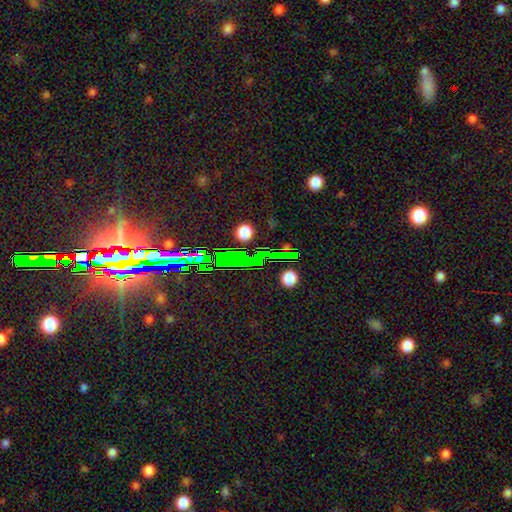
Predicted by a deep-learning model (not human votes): Smooth or featured? Predicted: star or artifact (p=0.81).